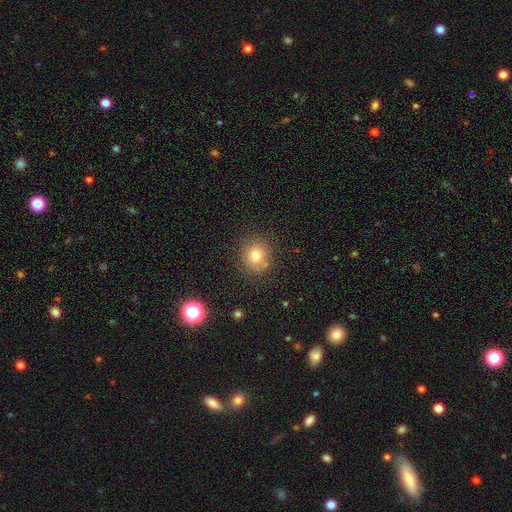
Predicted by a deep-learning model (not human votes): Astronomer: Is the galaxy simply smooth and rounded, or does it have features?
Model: smooth — 77%.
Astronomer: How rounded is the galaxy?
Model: round — 83%.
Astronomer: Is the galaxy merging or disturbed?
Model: none — 78%.